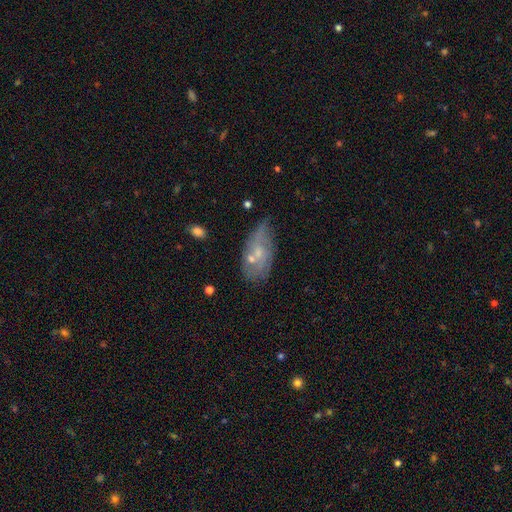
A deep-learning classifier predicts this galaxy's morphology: Smooth or featured: featured or disk — 52% (smooth — 37%)
Edge-on disk: no — 90% (yes — 10%)
Merging: none — 53% (minor disturbance — 28%)